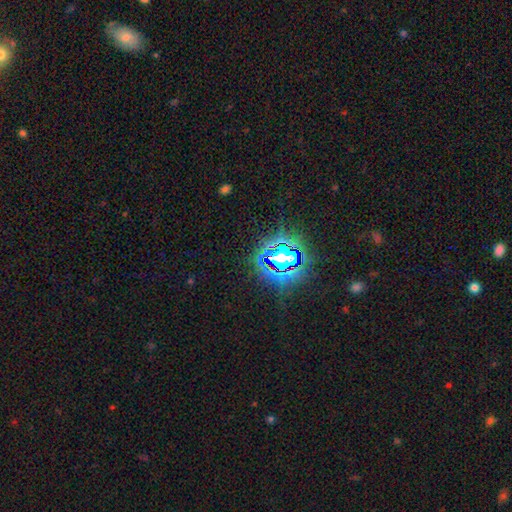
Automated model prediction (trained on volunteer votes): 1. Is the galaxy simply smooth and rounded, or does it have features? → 78% star or artifact, 12% smooth, 9% featured or disk.